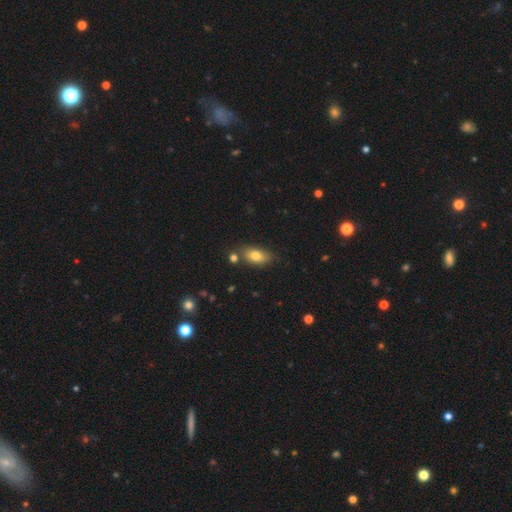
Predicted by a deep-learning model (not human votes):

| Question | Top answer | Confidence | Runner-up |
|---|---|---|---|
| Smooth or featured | smooth | 78% | featured or disk (14%) |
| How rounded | in between | 87% | cigar-shaped (7%) |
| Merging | none | 73% | minor disturbance (14%) |